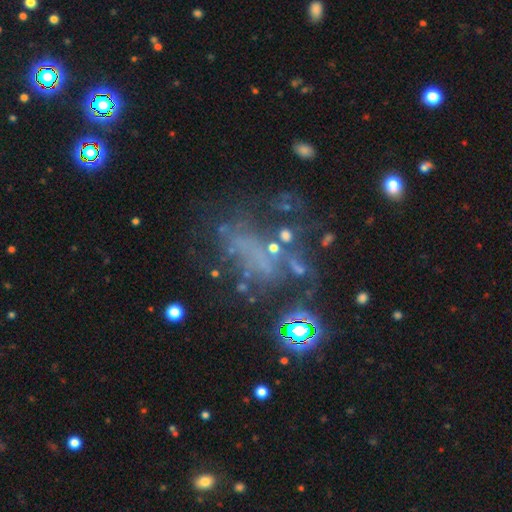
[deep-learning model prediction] Smooth or featured: featured or disk — 43% (star or artifact — 38%)
Merging: none — 42% (major disturbance — 31%)